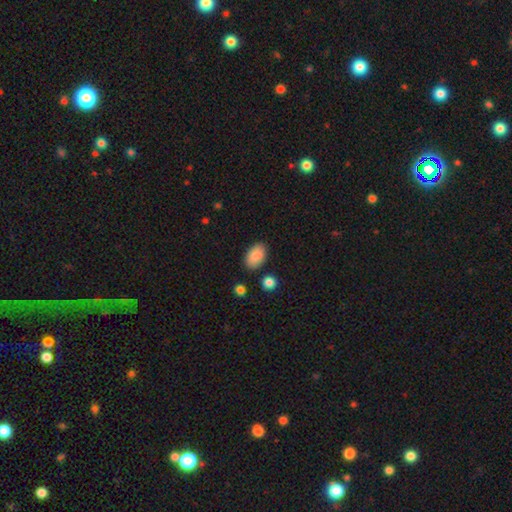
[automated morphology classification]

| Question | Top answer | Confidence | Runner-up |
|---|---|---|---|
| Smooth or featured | smooth | 89% | star or artifact (7%) |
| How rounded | in between | 91% | round (7%) |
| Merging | none | 84% | minor disturbance (11%) |